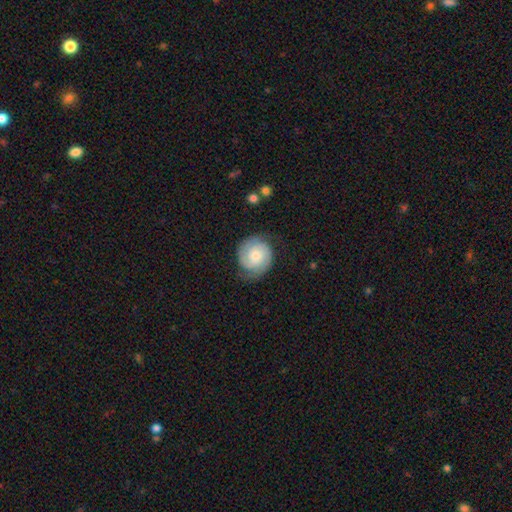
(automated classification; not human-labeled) Smooth or featured? featured or disk (65%)
Edge-on disk? no (98%)
Bar? no (72%)
Spiral arms? yes (93%)
Spiral winding? tight (58%)
Spiral arm count? 2 (79%)
Bulge size? small (47%)
Merging? none (70%)